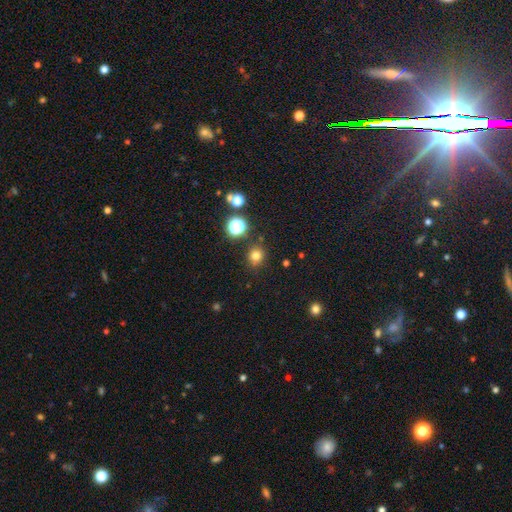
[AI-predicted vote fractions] Q: Smooth or featured?
A: smooth (75%); runner-up: star or artifact (19%)
Q: How rounded?
A: round (84%); runner-up: in between (16%)
Q: Merging?
A: none (83%); runner-up: minor disturbance (10%)